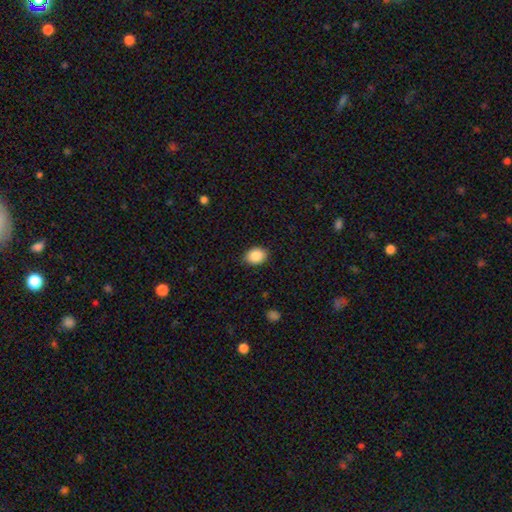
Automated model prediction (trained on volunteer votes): smooth-or-featured: smooth: 88% | star or artifact: 8% | featured or disk: 4%
  how-rounded: in between: 63% | round: 36% | cigar-shaped: 1%
  merging: none: 87% | minor disturbance: 10% | major disturbance: 2% | merger: 1%